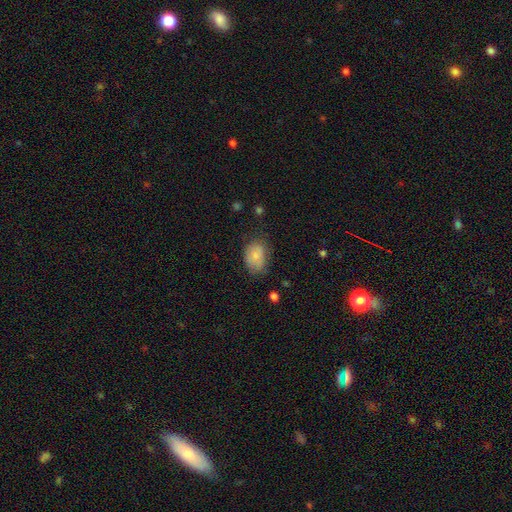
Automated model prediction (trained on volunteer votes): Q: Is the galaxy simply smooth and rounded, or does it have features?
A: smooth — 82%.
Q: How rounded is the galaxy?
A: in between — 78%.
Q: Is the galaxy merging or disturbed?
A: none — 60%.